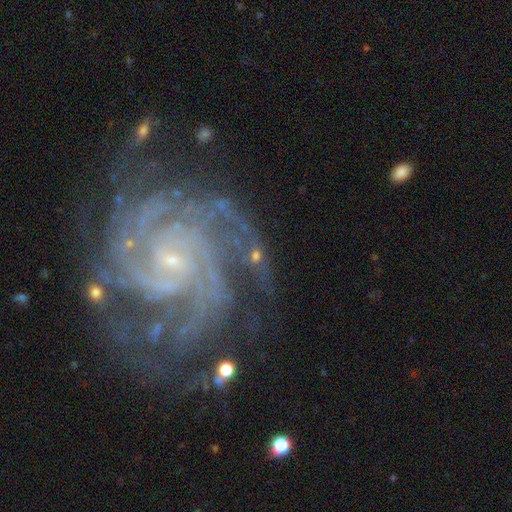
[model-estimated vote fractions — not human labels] Smooth or featured: featured or disk — 49% (star or artifact — 31%)
Merging: none — 60% (minor disturbance — 18%)